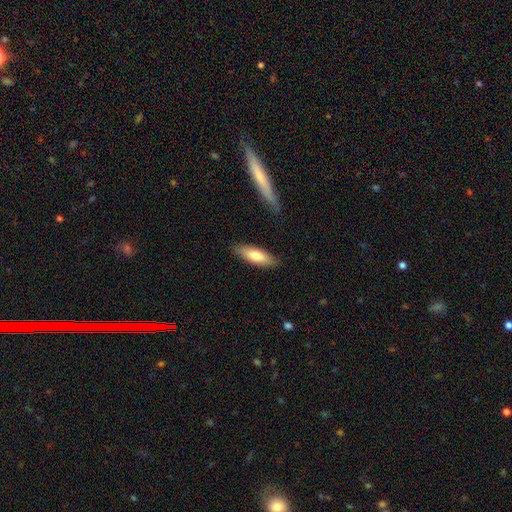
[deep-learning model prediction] Morphology: type=smooth (73%); roundness=in between (54%); merging=none (83%).